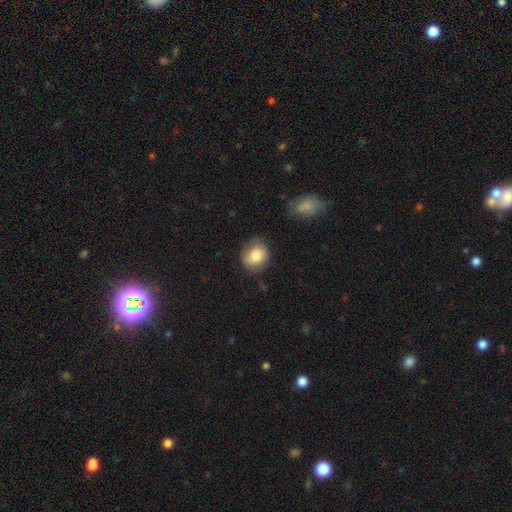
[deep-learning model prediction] Overall: smooth (74%). How rounded: round (65%; in between 34%). Merging: none (70%).